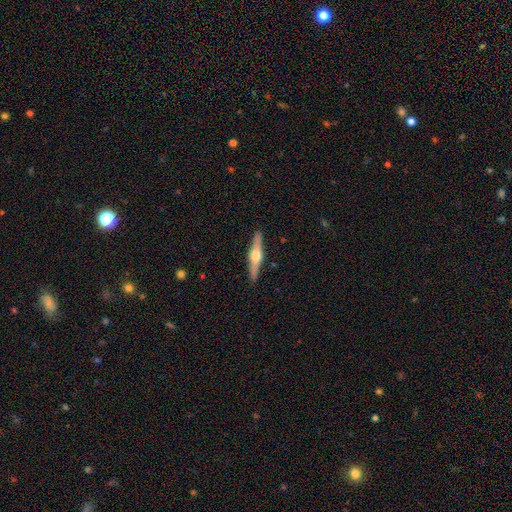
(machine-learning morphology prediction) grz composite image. It shows a featured or disk galaxy (71%) viewed edge-on (97%) with a rounded central bulge (95%). Merging: none (91%).